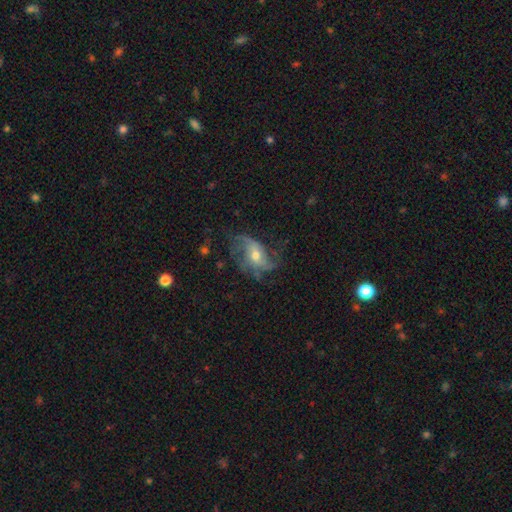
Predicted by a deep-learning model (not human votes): Morphology: type=featured or disk (77%); edge-on=no (96%); bar=no (62%); spiral arms=yes (88%); winding=loose (58%); arm count=2 (40%); bulge=moderate (58%); merging=none (51%).